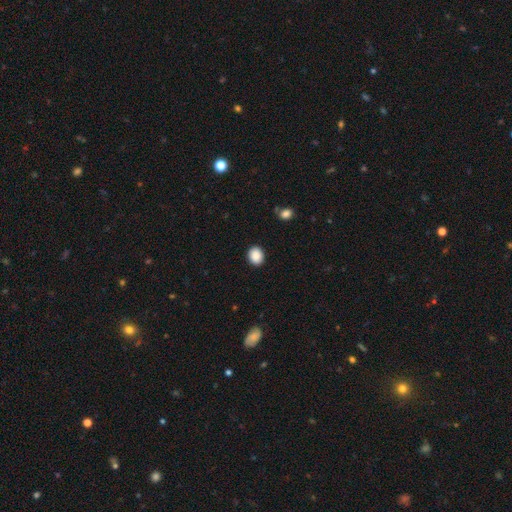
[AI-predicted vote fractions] smooth_or_featured: smooth (p=0.89) [alt: star or artifact p=0.08]
how_rounded: round (p=0.55) [alt: in between p=0.44]
merging: none (p=0.90) [alt: minor disturbance p=0.07]